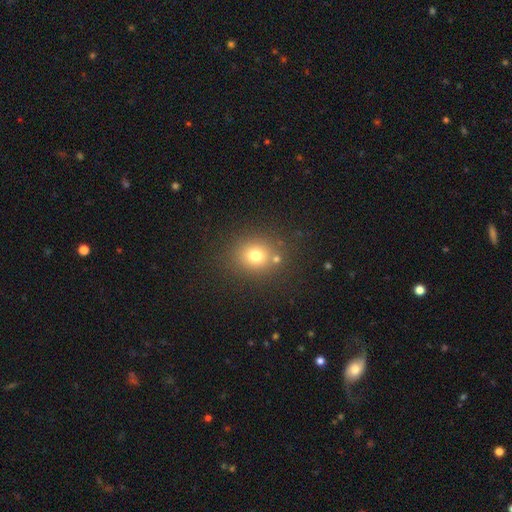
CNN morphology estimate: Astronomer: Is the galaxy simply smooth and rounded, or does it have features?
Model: smooth — 73%.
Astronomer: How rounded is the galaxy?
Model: round — 77%.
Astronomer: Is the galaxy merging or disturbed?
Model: none — 79%.